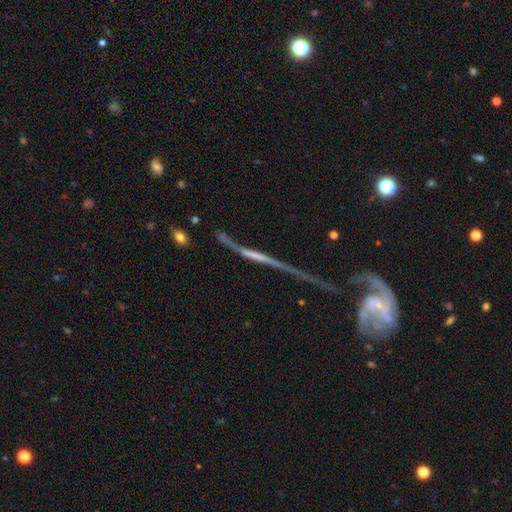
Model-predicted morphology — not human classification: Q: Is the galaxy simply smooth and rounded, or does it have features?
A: featured or disk — 70%.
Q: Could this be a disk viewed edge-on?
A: yes — 71%.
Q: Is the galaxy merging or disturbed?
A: none — 42%.